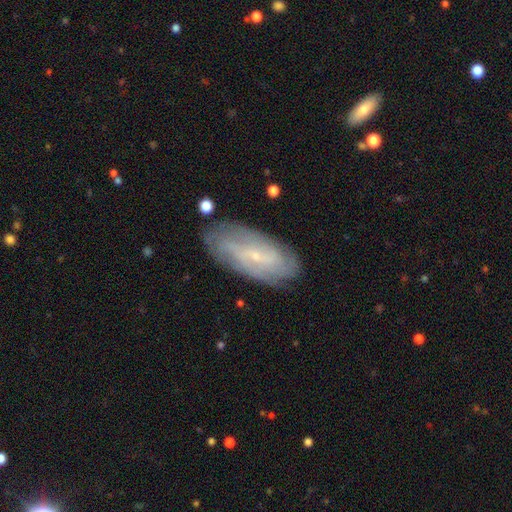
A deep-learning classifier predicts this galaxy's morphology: Smooth or featured?
  - featured or disk: 67% *
  - smooth: 26%
  - star or artifact: 7%
Edge-on disk?
  - no: 86% *
  - yes: 14%
Bar?
  - no: 45% *
  - weak: 40%
  - strong: 15%
Spiral arms?
  - yes: 79% *
  - no: 21%
Bulge size?
  - small: 82% *
  - moderate: 12%
  - none: 4%
  - large: 1%
  - dominant: 1%
Merging?
  - none: 78% *
  - minor disturbance: 16%
  - major disturbance: 4%
  - merger: 2%